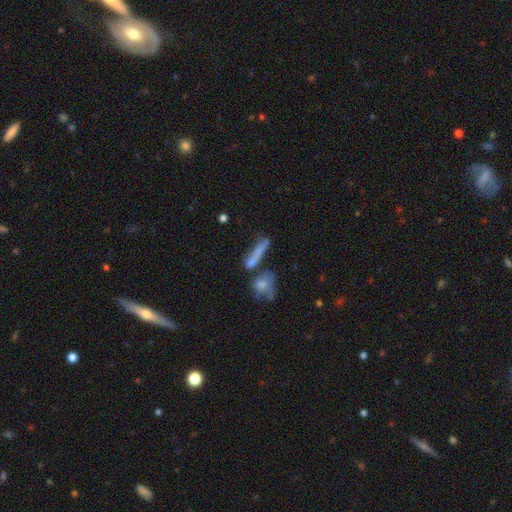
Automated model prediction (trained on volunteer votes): Smooth or featured? smooth (59%)
How rounded? cigar-shaped (73%)
Merging? none (45%)